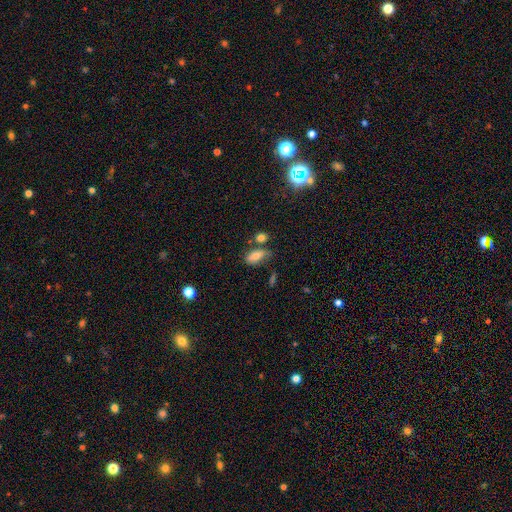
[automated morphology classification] Smooth or featured?
  - smooth: 74% *
  - featured or disk: 16%
  - star or artifact: 10%
How rounded?
  - in between: 86% *
  - cigar-shaped: 9%
  - round: 5%
Merging?
  - none: 54% *
  - minor disturbance: 24%
  - merger: 14%
  - major disturbance: 9%